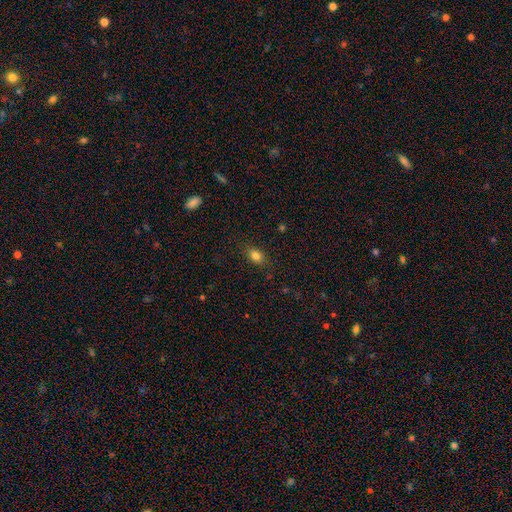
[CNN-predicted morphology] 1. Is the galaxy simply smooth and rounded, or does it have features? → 82% smooth, 11% star or artifact, 7% featured or disk.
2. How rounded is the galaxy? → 72% in between, 26% round, 3% cigar-shaped.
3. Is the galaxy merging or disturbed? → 82% none, 13% minor disturbance, 3% major disturbance, 1% merger.